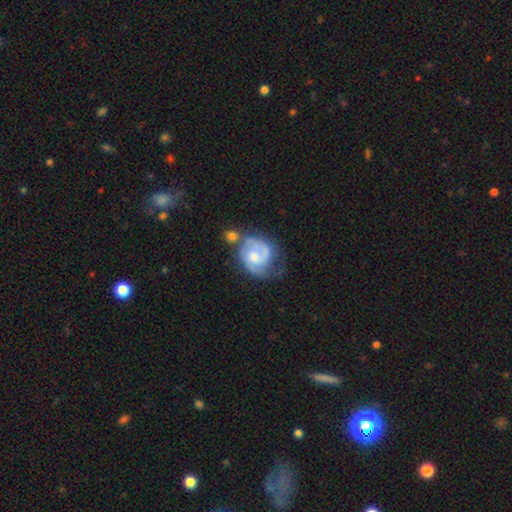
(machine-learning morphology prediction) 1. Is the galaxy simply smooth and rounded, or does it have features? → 81% featured or disk, 15% smooth, 5% star or artifact.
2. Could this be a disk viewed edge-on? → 98% no, 2% yes.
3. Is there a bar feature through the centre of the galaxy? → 62% no, 33% weak, 5% strong.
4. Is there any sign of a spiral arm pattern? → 94% yes, 6% no.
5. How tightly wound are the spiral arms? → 44% tight, 42% medium, 13% loose.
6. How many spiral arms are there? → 69% 2, 12% can't tell, 11% 1, 5% 3, 2% 4, 2% more than 4.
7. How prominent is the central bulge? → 55% moderate, 32% small, 7% large, 5% none, 1% dominant.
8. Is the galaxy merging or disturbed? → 38% none, 23% merger, 23% minor disturbance, 16% major disturbance.